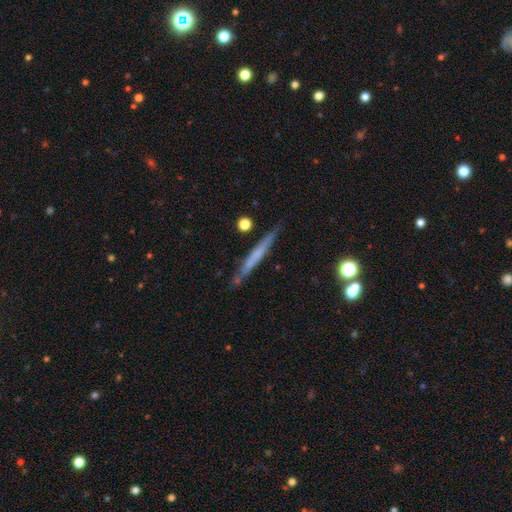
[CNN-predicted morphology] type=featured or disk (49%); merging=none (84%).